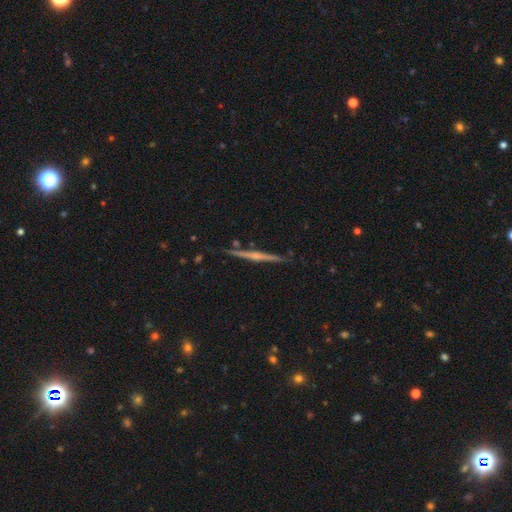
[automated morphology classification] Q: Smooth or featured?
A: featured or disk (76%); runner-up: smooth (18%)
Q: Edge-on disk?
A: yes (98%); runner-up: no (2%)
Q: Edge-on bulge?
A: rounded (62%); runner-up: none (29%)
Q: Merging?
A: none (88%); runner-up: minor disturbance (8%)